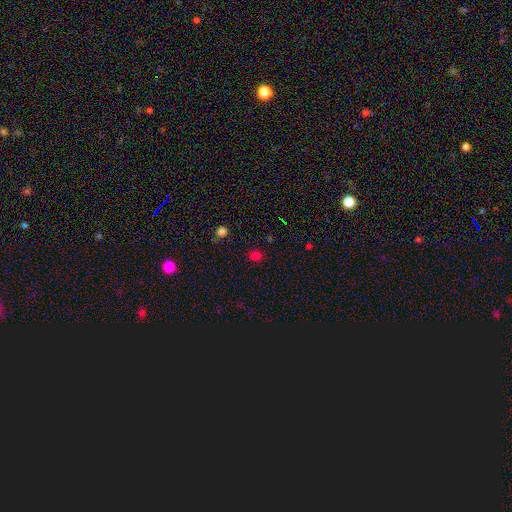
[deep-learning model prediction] Smooth or featured? Predicted: smooth (p=0.72). How rounded? Predicted: round (p=0.86). Merging? Predicted: none (p=0.87).